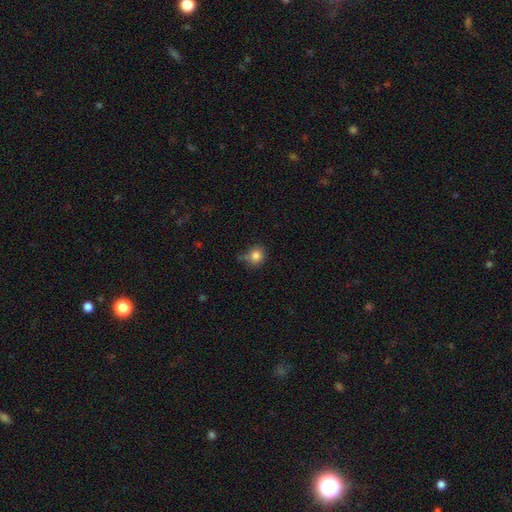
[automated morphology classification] The model was most divided on "merging": none: 66%, minor disturbance: 22%, merger: 7%, major disturbance: 5%. More confident: how rounded — round (83%); smooth or featured — smooth (83%).